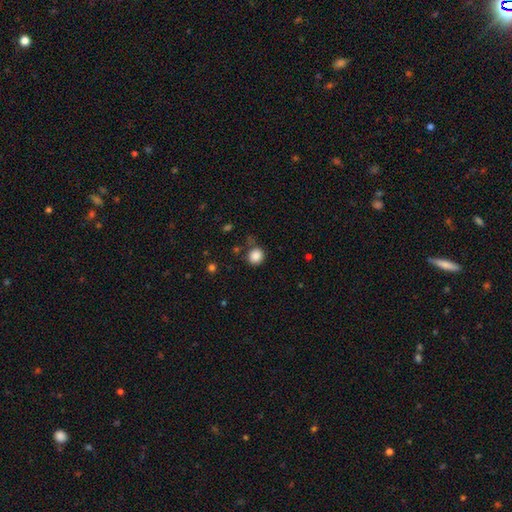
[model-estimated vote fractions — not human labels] A smooth galaxy with no disk features (86%) that is round (87%).

Vote fractions:
- Smooth or featured? smooth: 86% / star or artifact: 10% / featured or disk: 3%
- How rounded? round: 87% / in between: 12% / cigar-shaped: 1%
- Merging? none: 73% / minor disturbance: 17% / major disturbance: 6% / merger: 4%